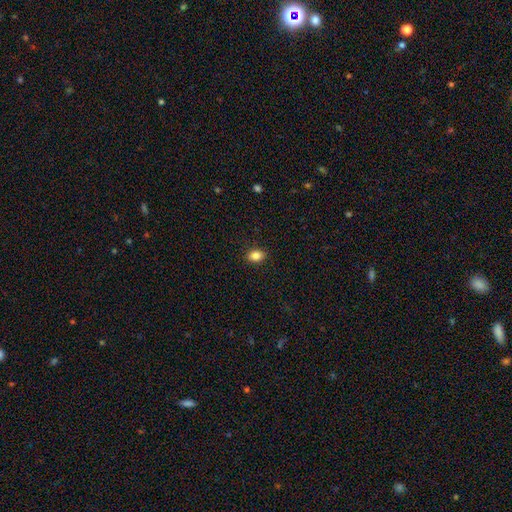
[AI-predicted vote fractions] Smooth or featured? Predicted: smooth (p=0.85). How rounded? Predicted: in between (p=0.72). Merging? Predicted: none (p=0.89).